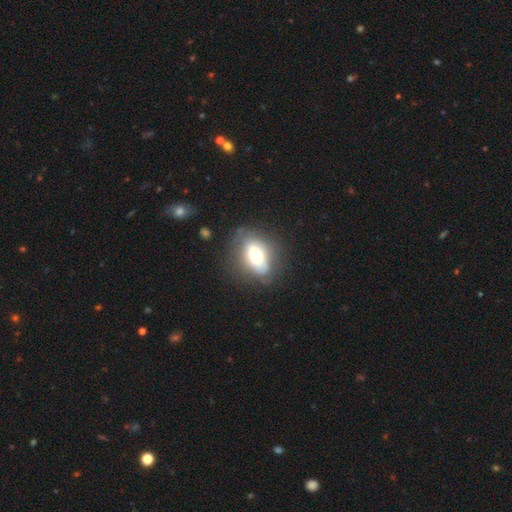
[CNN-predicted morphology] smooth-or-featured: smooth: 62% | featured or disk: 29% | star or artifact: 9%
  how-rounded: in between: 78% | round: 18% | cigar-shaped: 3%
  merging: none: 67% | minor disturbance: 21% | major disturbance: 10% | merger: 2%